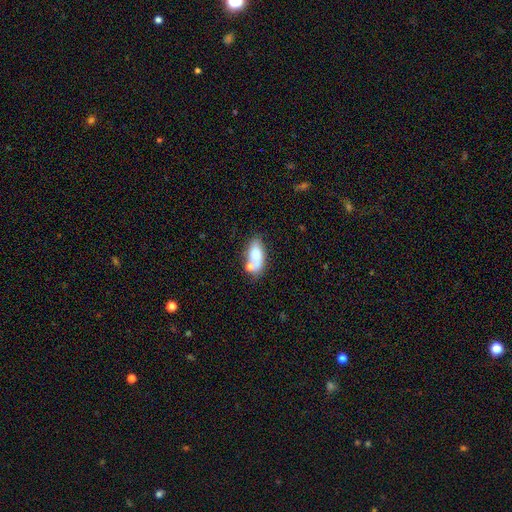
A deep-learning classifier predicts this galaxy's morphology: Overall: smooth (66%; featured or disk 27%). How rounded: in between (87%). Merging: none (41%; merger 33%).